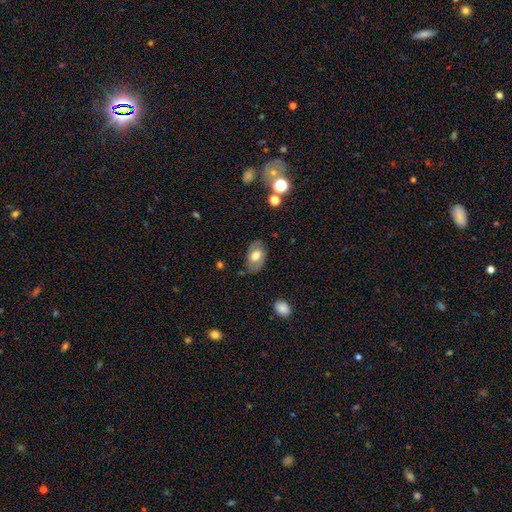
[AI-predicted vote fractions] Smooth or featured? smooth (59%)
How rounded? in between (90%)
Merging? none (74%)